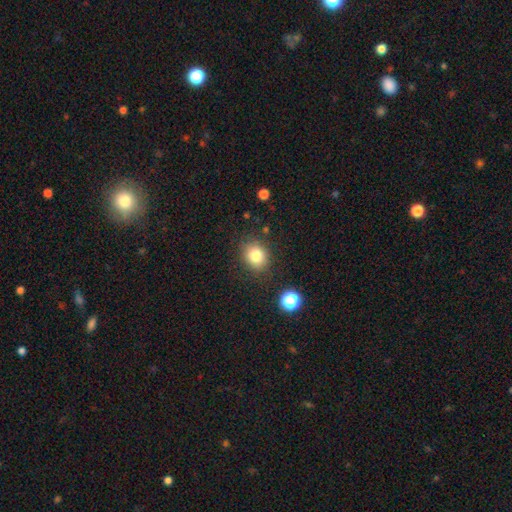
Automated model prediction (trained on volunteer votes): Smooth or featured? smooth (82%)
How rounded? round (66%)
Merging? none (81%)